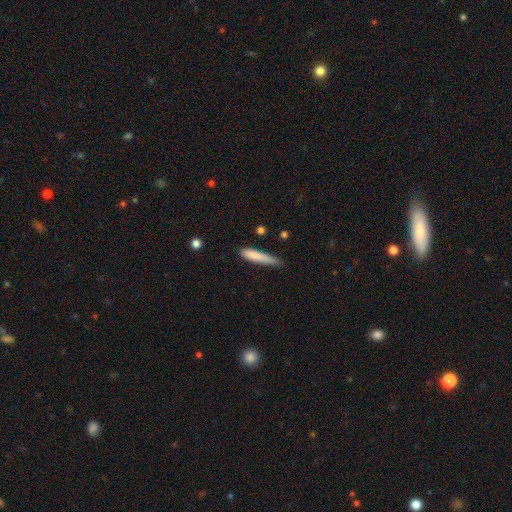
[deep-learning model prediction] smooth 81%, featured or disk 13%, star or artifact 6%. Down the decision tree: how rounded — cigar-shaped (90%); merging — none (61%).